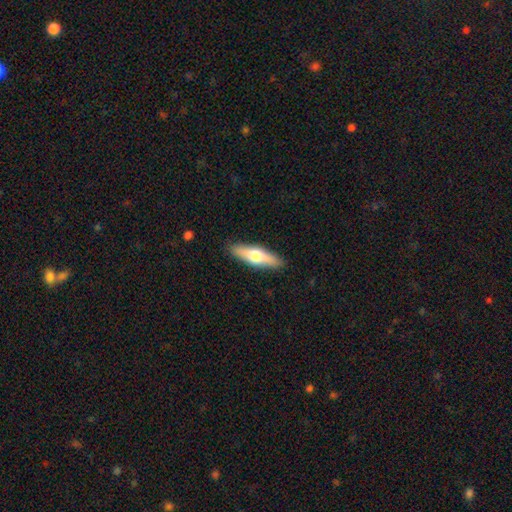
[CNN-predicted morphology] The model was most divided on "smooth or featured": smooth: 53%, featured or disk: 41%, star or artifact: 6%. More confident: merging — none (89%); how rounded — cigar-shaped (61%).